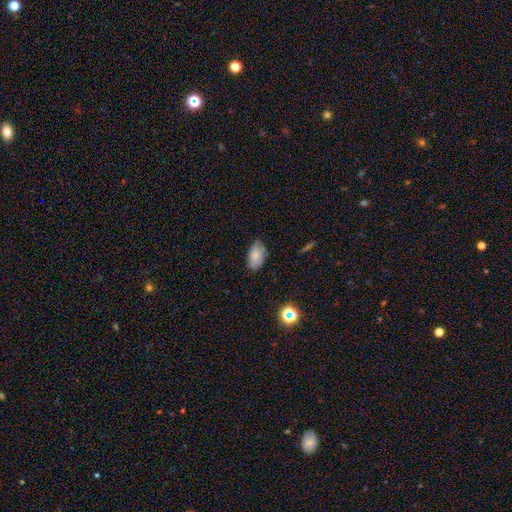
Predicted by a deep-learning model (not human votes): smooth-or-featured: smooth: 80% | featured or disk: 11% | star or artifact: 9%
  how-rounded: in between: 93% | round: 6% | cigar-shaped: 2%
  merging: none: 76% | minor disturbance: 19% | major disturbance: 3% | merger: 1%